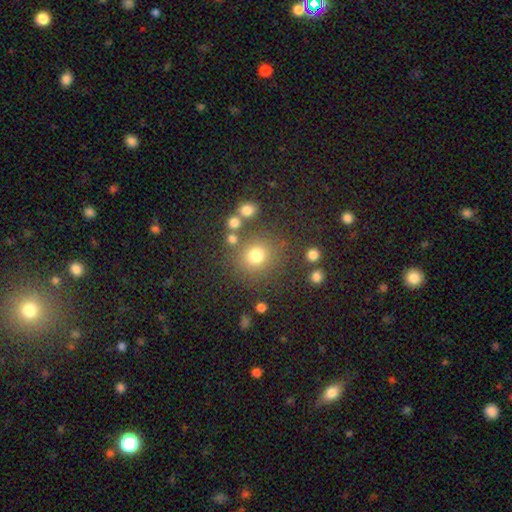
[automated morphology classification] The model was most divided on "smooth or featured": smooth: 76%, star or artifact: 16%, featured or disk: 8%. More confident: how rounded — round (88%); merging — none (75%).